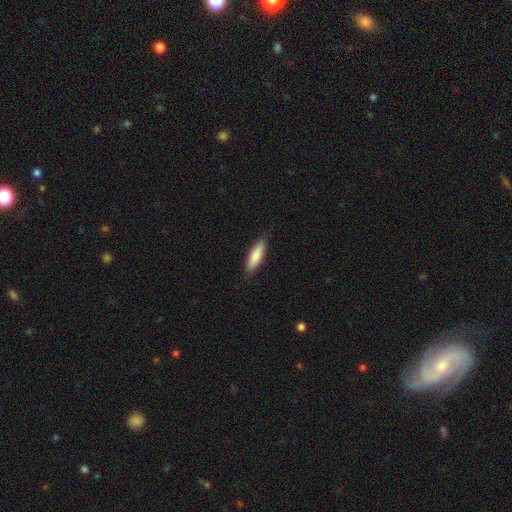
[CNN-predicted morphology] Smooth or featured? smooth (84%)
How rounded? cigar-shaped (57%)
Merging? none (88%)